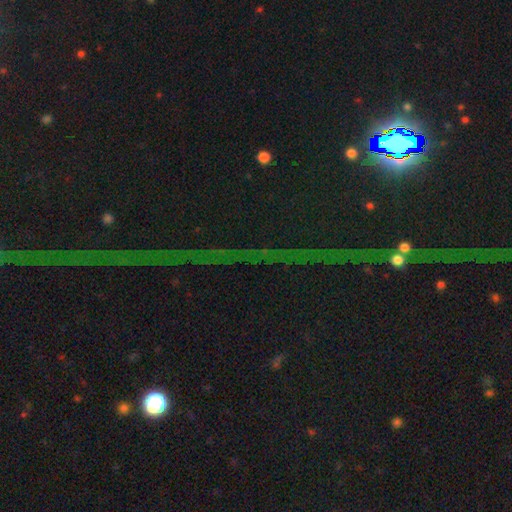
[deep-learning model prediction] smooth-or-featured: star or artifact: 79% | featured or disk: 13% | smooth: 9%